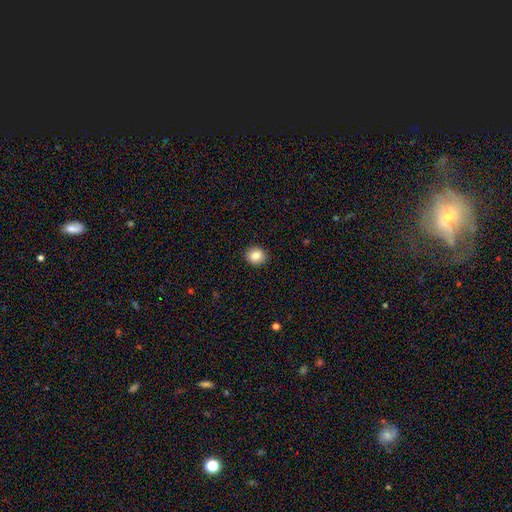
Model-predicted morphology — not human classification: Smooth or featured?
  - smooth: 83% *
  - star or artifact: 9%
  - featured or disk: 7%
How rounded?
  - round: 82% *
  - in between: 17%
  - cigar-shaped: 1%
Merging?
  - none: 92% *
  - minor disturbance: 6%
  - major disturbance: 2%
  - merger: 1%